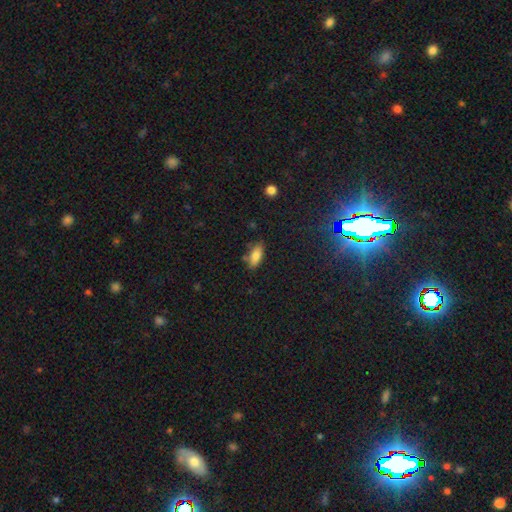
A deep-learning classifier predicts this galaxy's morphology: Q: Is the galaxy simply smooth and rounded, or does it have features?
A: smooth — 81%.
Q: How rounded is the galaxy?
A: in between — 84%.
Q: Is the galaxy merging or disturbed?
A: none — 74%.